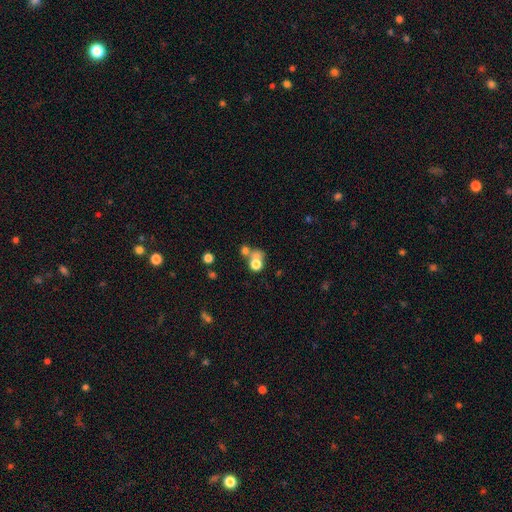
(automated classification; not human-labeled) Smooth or featured? Predicted: smooth (p=0.58). How rounded? Predicted: round (p=0.74). Merging? Predicted: merger (p=0.44).